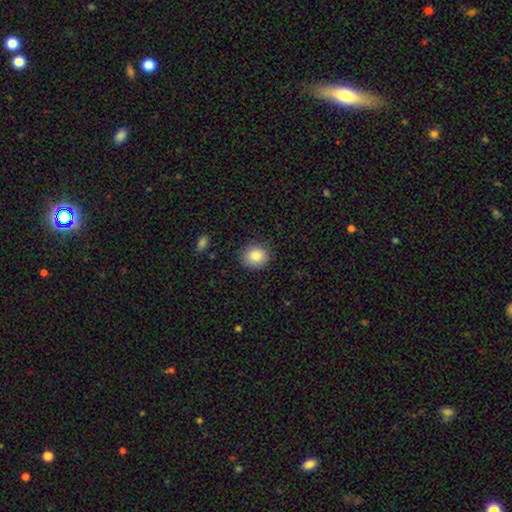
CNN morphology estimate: This is clearly a smooth galaxy (86%). How rounded: likely round (74%). Merging: clearly none (88%).